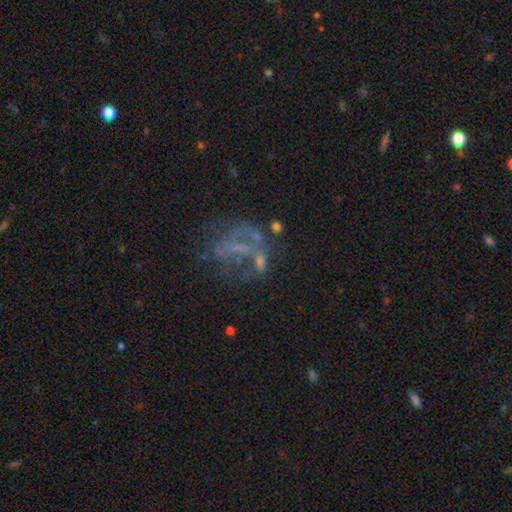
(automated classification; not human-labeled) The model was most divided on "merging": none: 37%, major disturbance: 35%, minor disturbance: 15%, merger: 13%. More confident: edge-on disk — no (97%); spiral arms — no (81%); bulge size — none (77%); bar — no (75%); smooth or featured — featured or disk (58%).